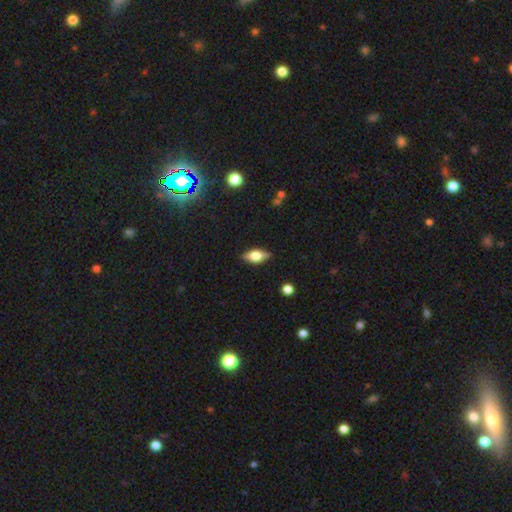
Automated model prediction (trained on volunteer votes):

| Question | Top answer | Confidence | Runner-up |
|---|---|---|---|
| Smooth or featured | smooth | 46% | featured or disk (45%) |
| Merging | none | 85% | minor disturbance (12%) |